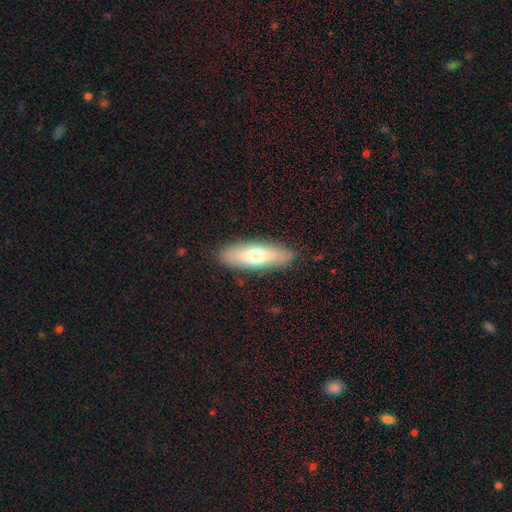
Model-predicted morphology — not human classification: This appears to be a smooth galaxy with no disk features (63%) that is in between round and cigar-shaped (50%). Merging: none (87%).